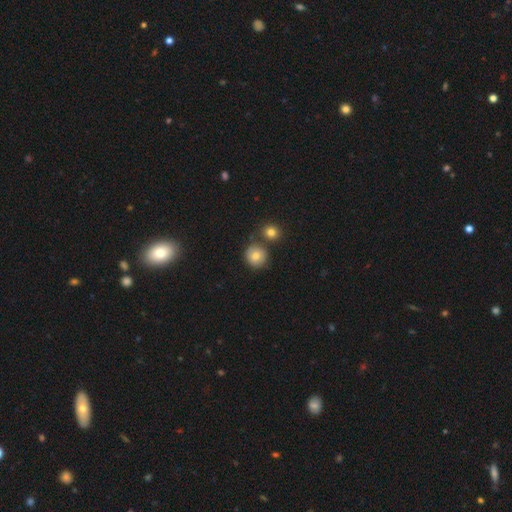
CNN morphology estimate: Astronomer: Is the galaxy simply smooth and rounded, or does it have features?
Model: smooth — 76%.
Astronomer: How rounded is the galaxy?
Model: round — 89%.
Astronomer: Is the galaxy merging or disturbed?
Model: none — 73%.